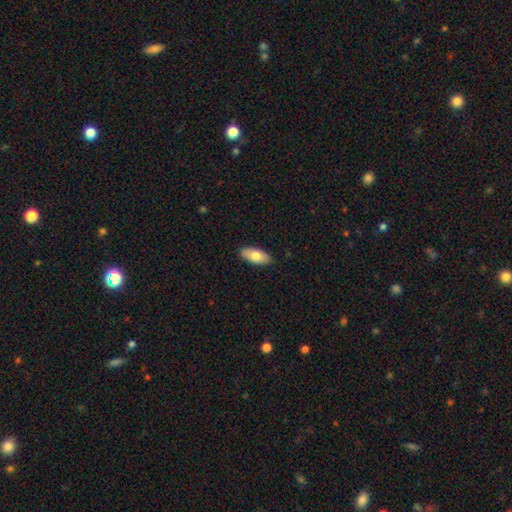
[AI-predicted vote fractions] This is likely a smooth galaxy (78%). How rounded: clearly in between (88%). Merging: clearly none (89%).